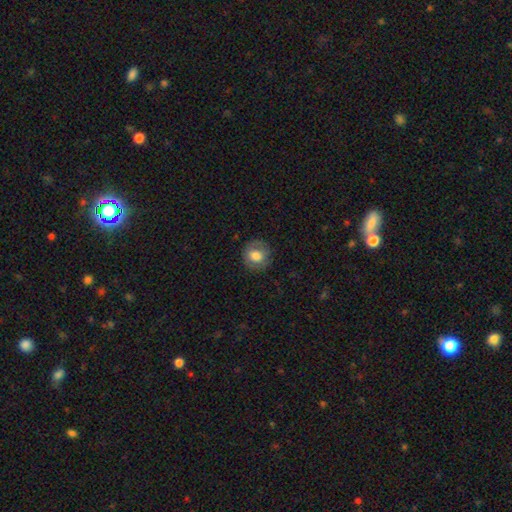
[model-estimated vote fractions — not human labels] smooth 74%, featured or disk 18%, star or artifact 8%. Down the decision tree: how rounded — round (86%); merging — none (81%).